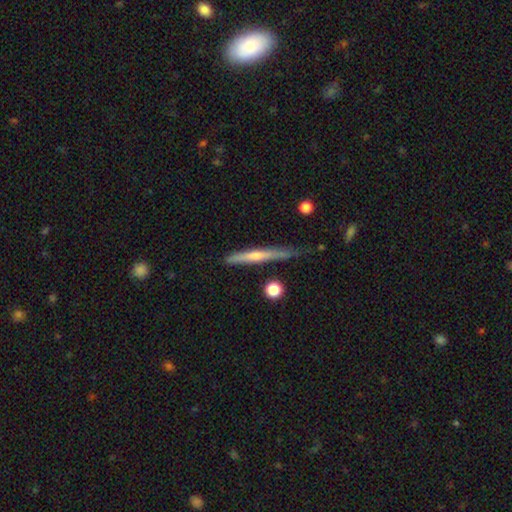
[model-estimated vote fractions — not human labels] This is likely a featured or disk galaxy (65%). It is clearly viewed edge-on (97%). Edge-on bulge: likely rounded (68%). Merging: likely none (79%).